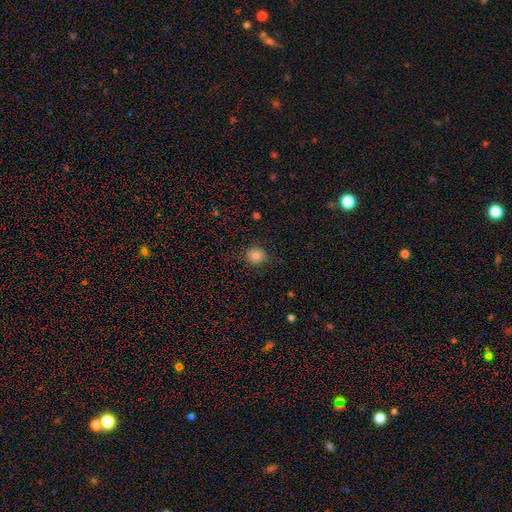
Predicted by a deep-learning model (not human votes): The model was most divided on "how rounded": round: 77%, in between: 22%, cigar-shaped: 1%. More confident: merging — none (87%); smooth or featured — smooth (84%).